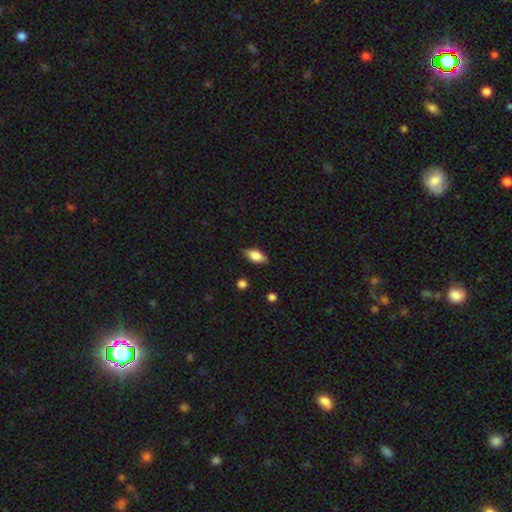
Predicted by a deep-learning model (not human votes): Smooth or featured? Predicted: smooth (p=0.77). How rounded? Predicted: in between (p=0.87). Merging? Predicted: none (p=0.84).